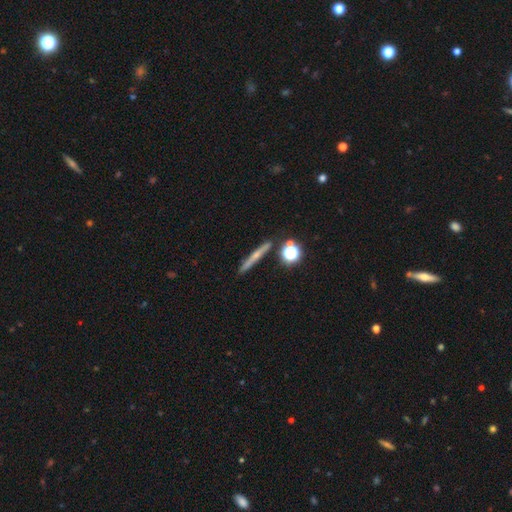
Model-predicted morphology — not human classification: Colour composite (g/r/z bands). It shows a featured or disk galaxy (52%) viewed edge-on (95%). Merging: none (87%).